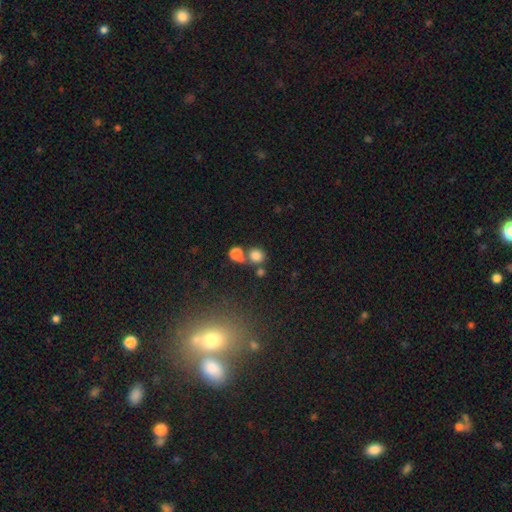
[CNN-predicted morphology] The model was most divided on "merging": none: 47%, merger: 39%, minor disturbance: 9%, major disturbance: 6%. More confident: how rounded — round (82%); smooth or featured — smooth (79%).